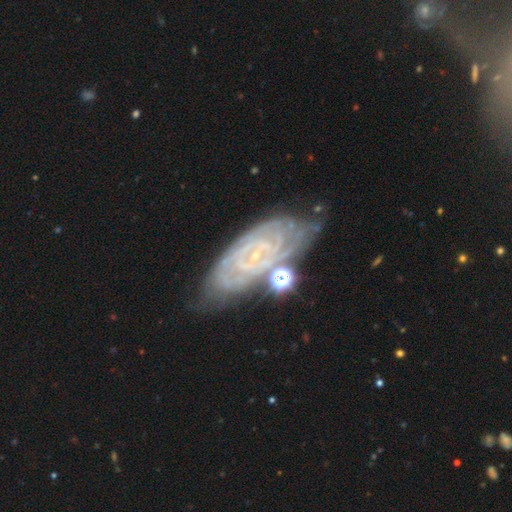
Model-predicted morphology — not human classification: This appears to be a featured or disk galaxy (81%) with no bar (60%), tight (79%) spiral arms (93%) and a small central bulge (79%). Merging: none (58%).